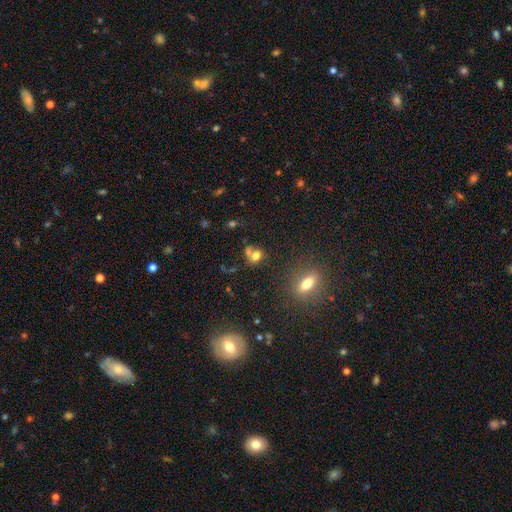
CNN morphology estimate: smooth 69%, star or artifact 17%, featured or disk 15%. Down the decision tree: how rounded — round (60%); merging — merger (42%).